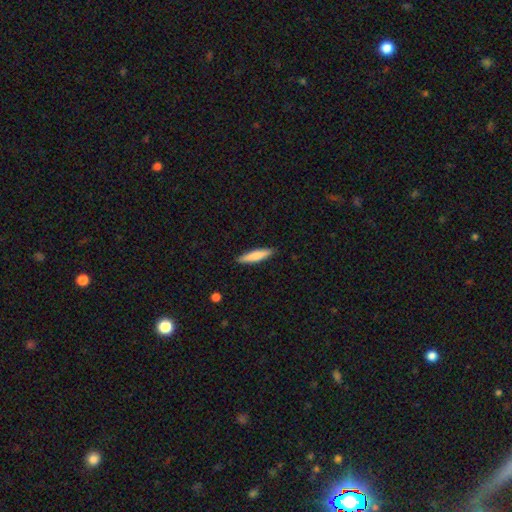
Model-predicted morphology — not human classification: type=smooth (78%); roundness=cigar-shaped (84%); merging=none (90%).